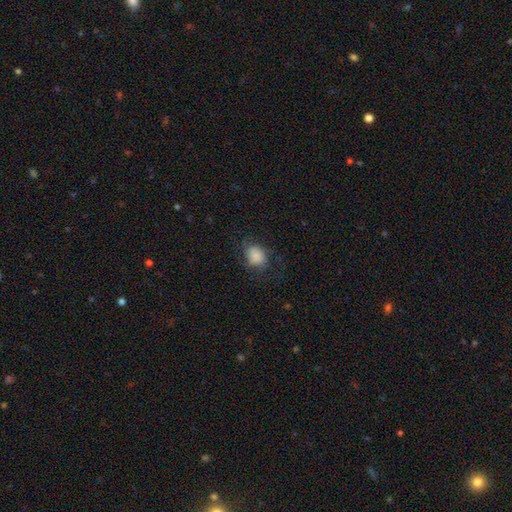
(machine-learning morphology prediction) Smooth or featured?
  - smooth: 80% *
  - featured or disk: 12%
  - star or artifact: 8%
How rounded?
  - in between: 55% *
  - round: 44%
  - cigar-shaped: 1%
Merging?
  - none: 63% *
  - minor disturbance: 21%
  - major disturbance: 15%
  - merger: 1%